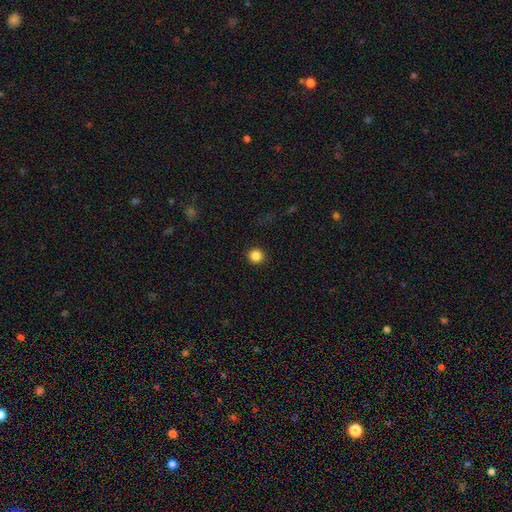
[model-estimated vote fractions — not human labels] A smooth galaxy with no disk features (85%) that is round (95%). Merging: none (93%).